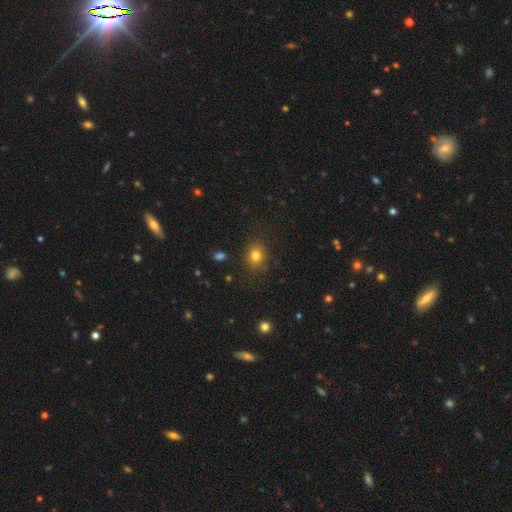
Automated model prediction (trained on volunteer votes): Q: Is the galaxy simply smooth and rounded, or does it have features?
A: smooth — 79%.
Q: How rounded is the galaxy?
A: round — 67%.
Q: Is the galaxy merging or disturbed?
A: none — 83%.